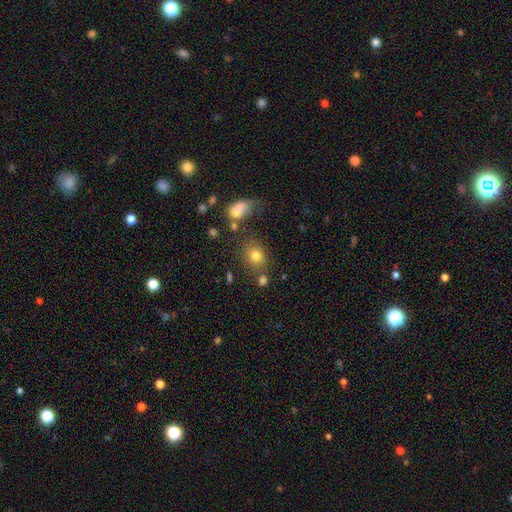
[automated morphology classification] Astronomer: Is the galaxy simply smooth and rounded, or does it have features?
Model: smooth — 77%.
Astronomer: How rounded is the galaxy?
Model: round — 63%.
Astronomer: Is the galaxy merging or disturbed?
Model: none — 69%.